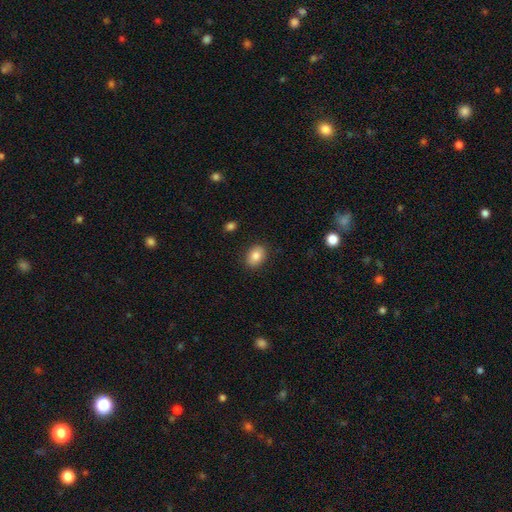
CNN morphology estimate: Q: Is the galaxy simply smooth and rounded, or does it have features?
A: smooth — 84%.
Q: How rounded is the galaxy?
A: in between — 77%.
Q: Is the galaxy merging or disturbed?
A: none — 88%.